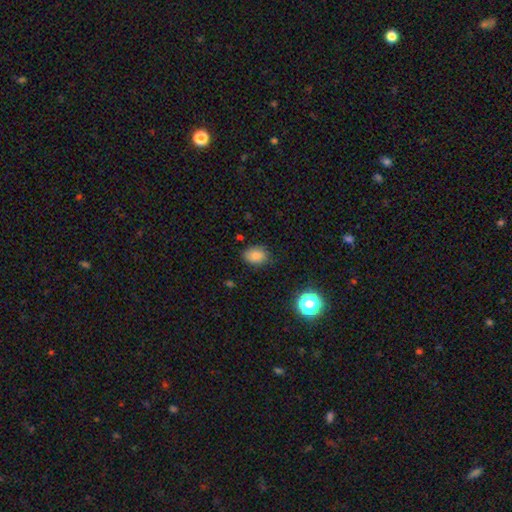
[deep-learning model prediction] smooth 82%, star or artifact 12%, featured or disk 6%. Down the decision tree: how rounded — in between (65%); merging — none (79%).